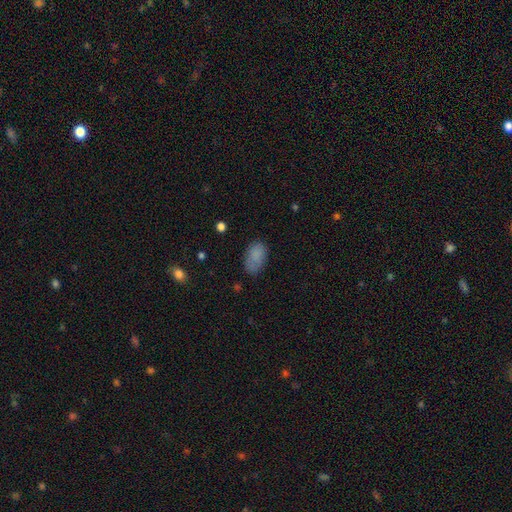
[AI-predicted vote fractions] Morphology: type=smooth (84%); roundness=in between (92%); merging=none (72%).